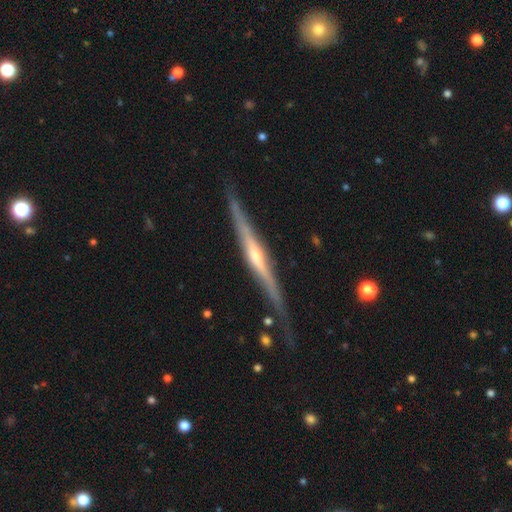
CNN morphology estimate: Smooth or featured? Predicted: featured or disk (p=0.80). Edge-on disk? Predicted: yes (p=0.97). Edge-on bulge? Predicted: rounded (p=0.71). Merging? Predicted: none (p=0.76).